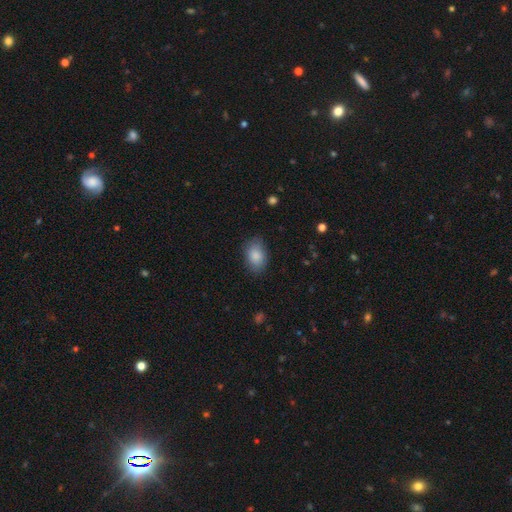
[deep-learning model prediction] Morphology: type=smooth (87%); roundness=in between (86%); merging=none (82%).